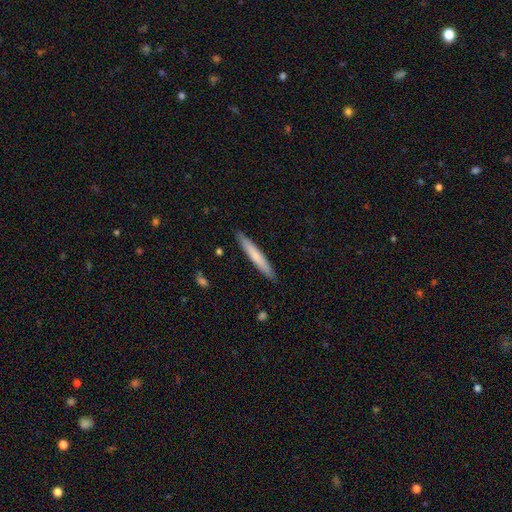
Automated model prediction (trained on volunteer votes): This appears to be a smooth galaxy with no disk features (68%) that is cigar-shaped (96%). Merging: none (90%).